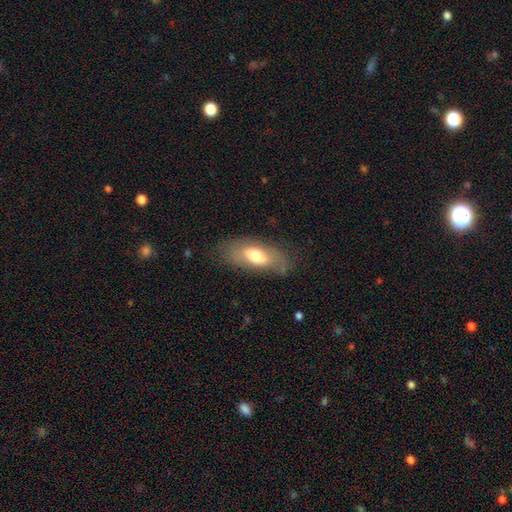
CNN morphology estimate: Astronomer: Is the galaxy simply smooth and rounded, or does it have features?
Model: smooth — 63%.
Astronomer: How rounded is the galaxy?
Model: in between — 82%.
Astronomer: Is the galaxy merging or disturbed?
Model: none — 73%.